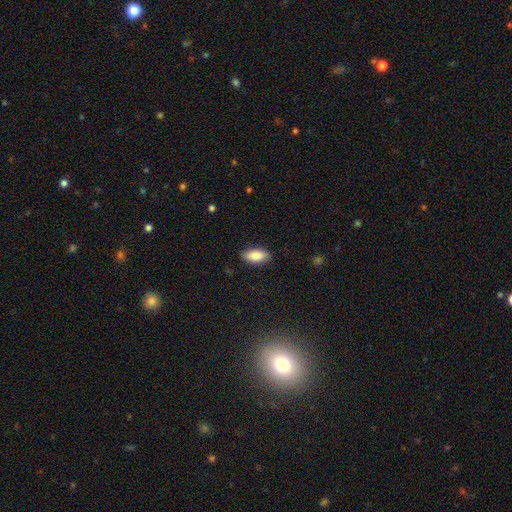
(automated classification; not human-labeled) Overall: smooth (87%). How rounded: in between (89%). Merging: none (87%).